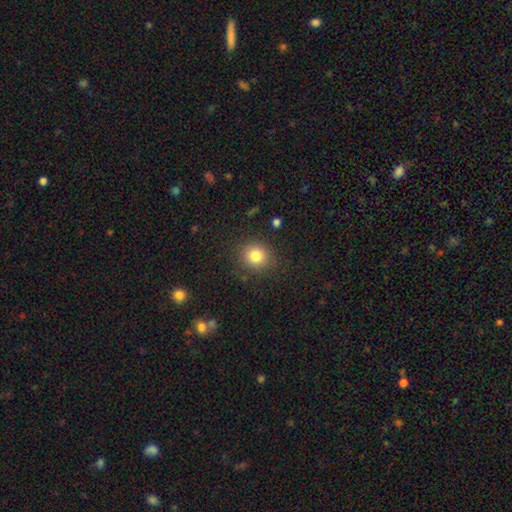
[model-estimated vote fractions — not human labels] Smooth or featured: smooth — 82% (star or artifact — 11%)
How rounded: round — 81% (in between — 18%)
Merging: none — 86% (minor disturbance — 9%)